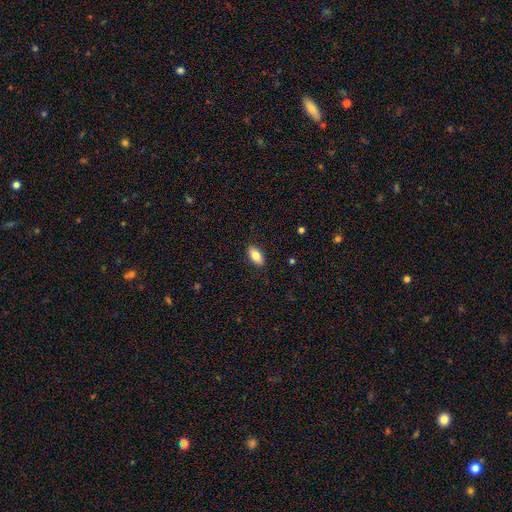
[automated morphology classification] This appears to be a smooth galaxy with no disk features (82%) that is in between round and cigar-shaped (92%). Merging: none (89%).